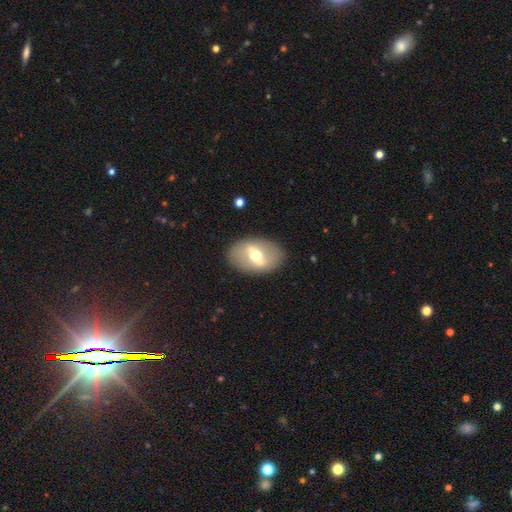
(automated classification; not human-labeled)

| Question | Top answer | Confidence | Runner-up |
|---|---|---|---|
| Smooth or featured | featured or disk | 60% | smooth (34%) |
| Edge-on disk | no | 85% | yes (15%) |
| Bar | strong | 57% | weak (31%) |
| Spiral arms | no | 81% | yes (19%) |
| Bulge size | moderate | 70% | small (15%) |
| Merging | none | 86% | minor disturbance (9%) |